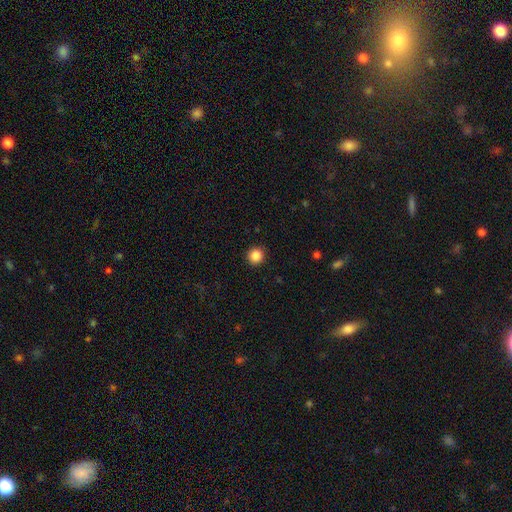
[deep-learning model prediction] smooth_or_featured: smooth (p=0.87) [alt: star or artifact p=0.10]
how_rounded: round (p=0.94) [alt: in between p=0.05]
merging: none (p=0.92) [alt: minor disturbance p=0.05]